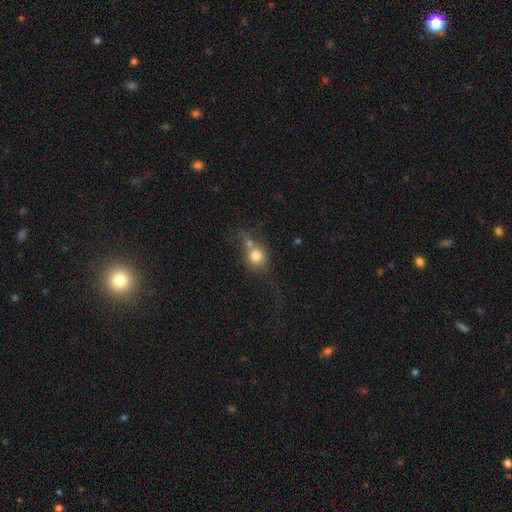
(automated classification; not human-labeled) Smooth or featured? smooth (71%)
How rounded? round (78%)
Merging? merger (43%)